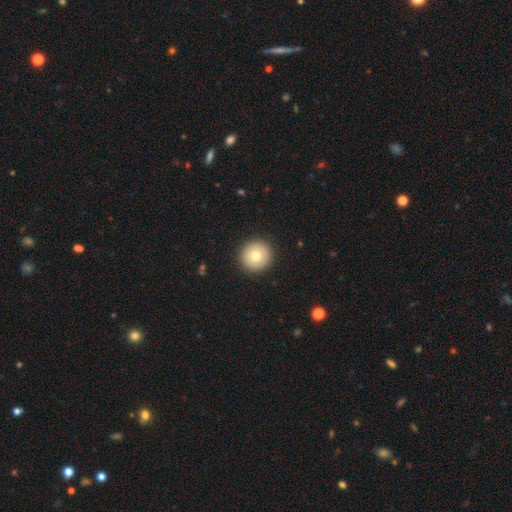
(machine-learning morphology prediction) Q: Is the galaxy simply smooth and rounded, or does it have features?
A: smooth — 75%.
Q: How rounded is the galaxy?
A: round — 96%.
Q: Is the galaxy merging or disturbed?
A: none — 93%.